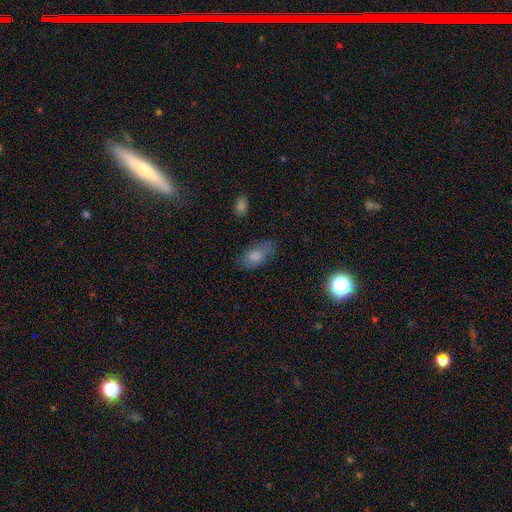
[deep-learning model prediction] The model was most divided on "merging": none: 69%, minor disturbance: 22%, major disturbance: 7%, merger: 2%. More confident: how rounded — in between (92%); smooth or featured — smooth (79%).